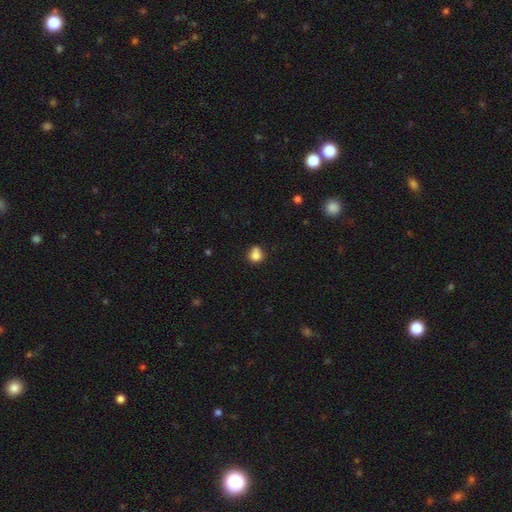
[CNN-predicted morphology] The model was most divided on "merging": none: 56%, minor disturbance: 22%, merger: 16%, major disturbance: 6%. More confident: how rounded — round (81%); smooth or featured — smooth (80%).